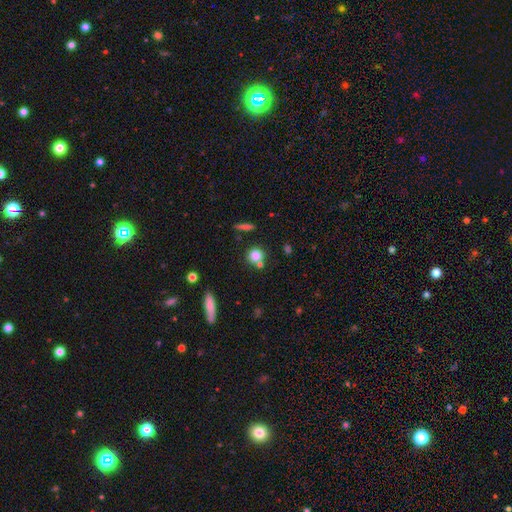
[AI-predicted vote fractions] smooth_or_featured: smooth (p=0.80) [alt: star or artifact p=0.12]
how_rounded: round (p=0.86) [alt: in between p=0.12]
merging: none (p=0.68) [alt: merger p=0.19]